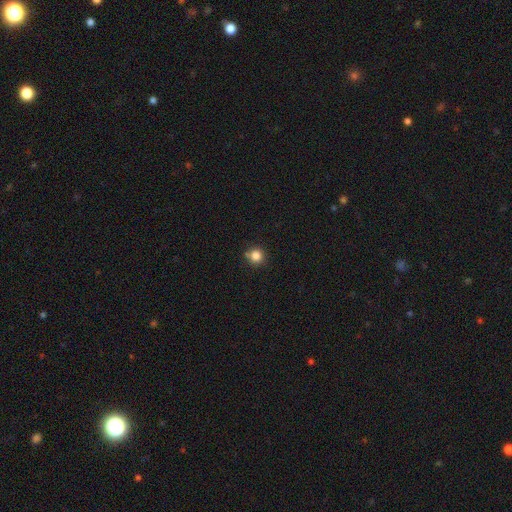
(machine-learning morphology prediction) type=smooth (83%); roundness=round (93%); merging=none (79%).